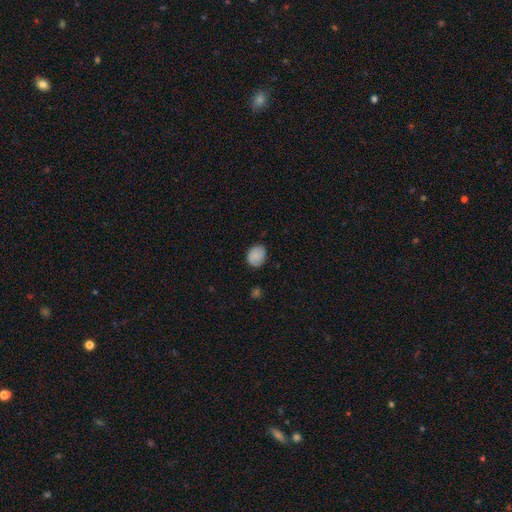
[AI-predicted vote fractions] smooth-or-featured: smooth: 81% | featured or disk: 11% | star or artifact: 8%
  how-rounded: round: 53% | in between: 46% | cigar-shaped: 1%
  merging: none: 77% | minor disturbance: 18% | major disturbance: 3% | merger: 1%